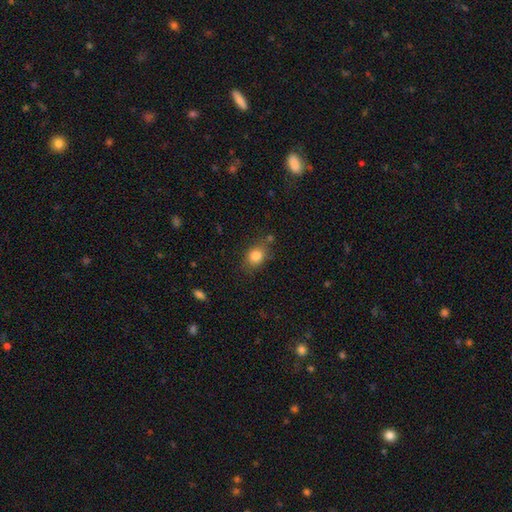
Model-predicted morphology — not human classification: This is clearly a smooth galaxy (83%). How rounded: possibly in between (56%). Merging: likely none (74%).